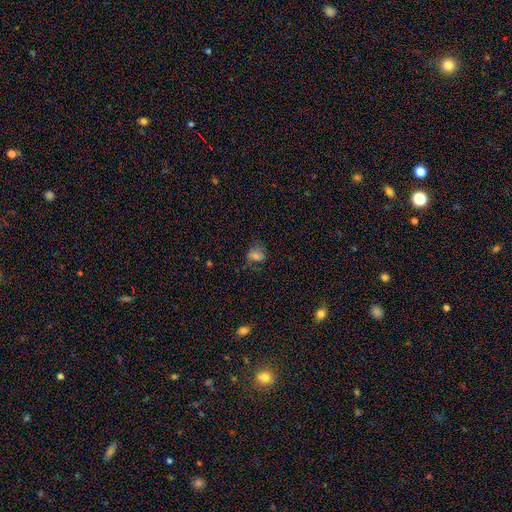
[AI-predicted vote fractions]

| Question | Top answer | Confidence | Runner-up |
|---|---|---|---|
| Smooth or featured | smooth | 64% | star or artifact (19%) |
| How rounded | in between | 51% | round (47%) |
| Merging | none | 60% | minor disturbance (24%) |